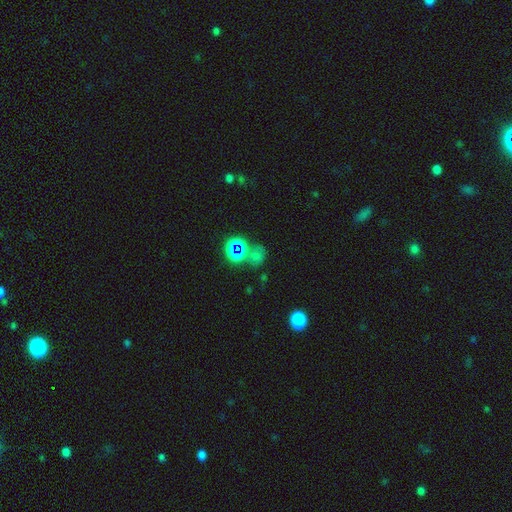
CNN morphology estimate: Overall: star or artifact (49%; smooth 41%).